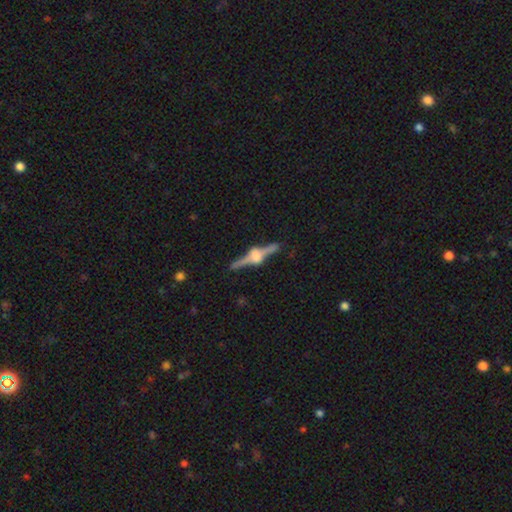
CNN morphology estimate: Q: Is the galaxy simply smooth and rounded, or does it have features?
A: featured or disk — 85%.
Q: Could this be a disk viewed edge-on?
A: yes — 97%.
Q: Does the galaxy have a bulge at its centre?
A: rounded — 87%.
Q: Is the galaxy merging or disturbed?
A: none — 83%.